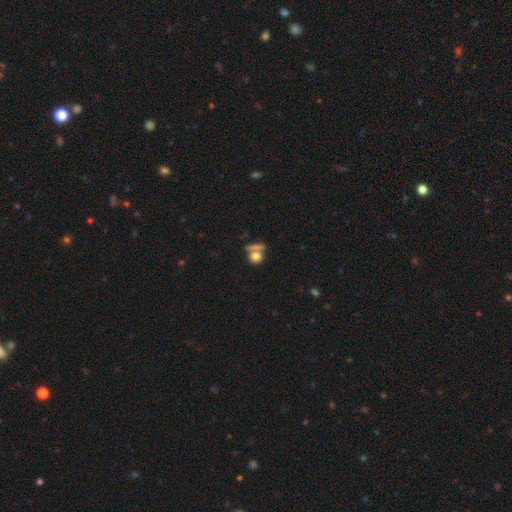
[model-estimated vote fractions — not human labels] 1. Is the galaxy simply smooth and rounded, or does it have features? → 76% smooth, 12% featured or disk, 11% star or artifact.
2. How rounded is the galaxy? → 75% round, 20% in between, 4% cigar-shaped.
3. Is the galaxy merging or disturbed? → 50% none, 34% merger, 10% minor disturbance, 6% major disturbance.